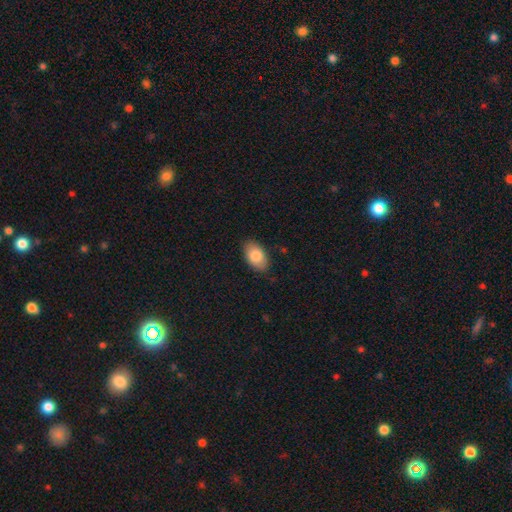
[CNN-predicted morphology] Overall: smooth (83%). How rounded: in between (93%). Merging: none (85%).